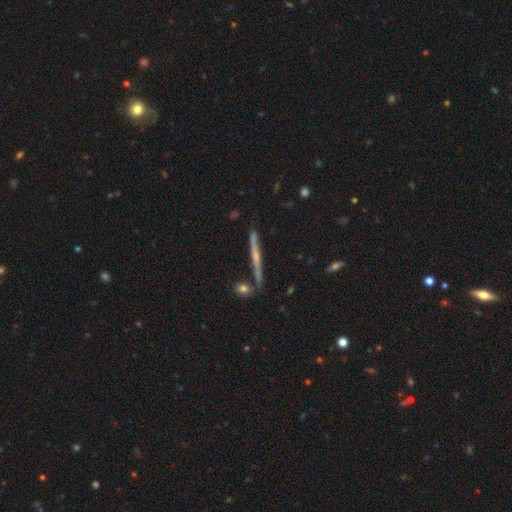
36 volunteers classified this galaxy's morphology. Smooth or featured?
  - featured or disk: 64% *
  - smooth: 33%
  - star or artifact: 3%
Edge-on disk?
  - yes: 96% *
  - no: 4%
Edge-on bulge?
  - none: 45% * (tied)
  - rounded: 45% * (tied)
  - boxy: 9%
Merging?
  - none: 80% *
  - minor disturbance: 14%
  - major disturbance: 3%
  - merger: 3%